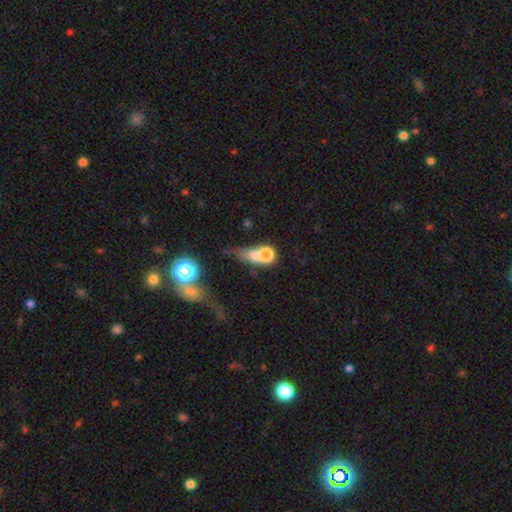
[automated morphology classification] Smooth or featured? Predicted: smooth (p=0.62). How rounded? Predicted: round (p=0.48). Merging? Predicted: merger (p=0.45).